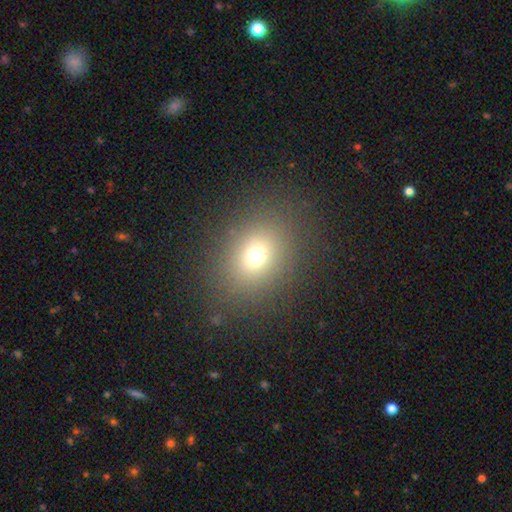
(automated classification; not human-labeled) A smooth galaxy with no disk features (70%) that is round (54%).

Vote fractions:
- Smooth or featured? smooth: 70% / star or artifact: 19% / featured or disk: 12%
- How rounded? round: 54% / in between: 45% / cigar-shaped: 1%
- Merging? none: 84% / minor disturbance: 9% / major disturbance: 6% / merger: 1%